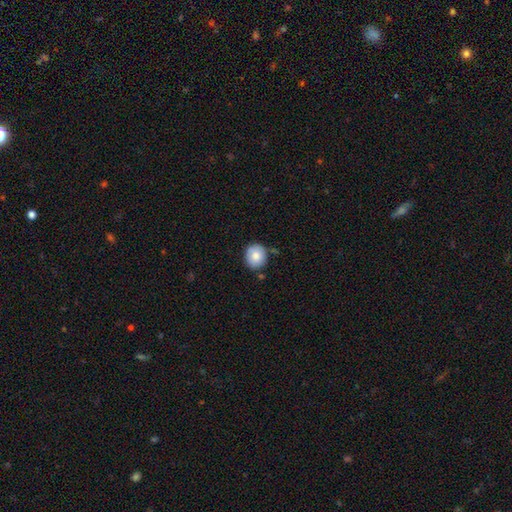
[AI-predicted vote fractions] Smooth or featured? Predicted: smooth (p=0.80). How rounded? Predicted: round (p=0.82). Merging? Predicted: none (p=0.79).